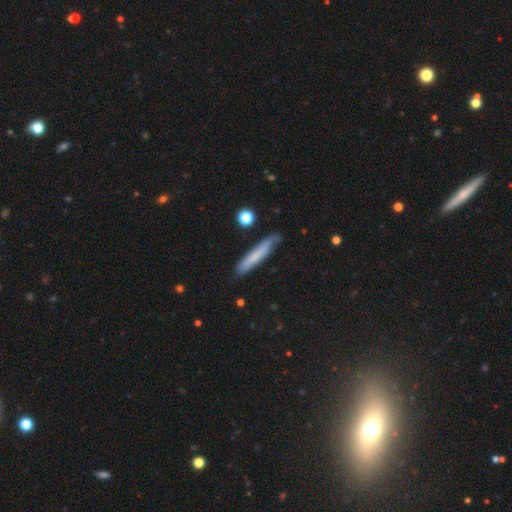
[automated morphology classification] smooth_or_featured: smooth (p=0.64) [alt: featured or disk p=0.29]
how_rounded: cigar-shaped (p=0.93) [alt: in between p=0.06]
merging: none (p=0.77) [alt: minor disturbance p=0.17]